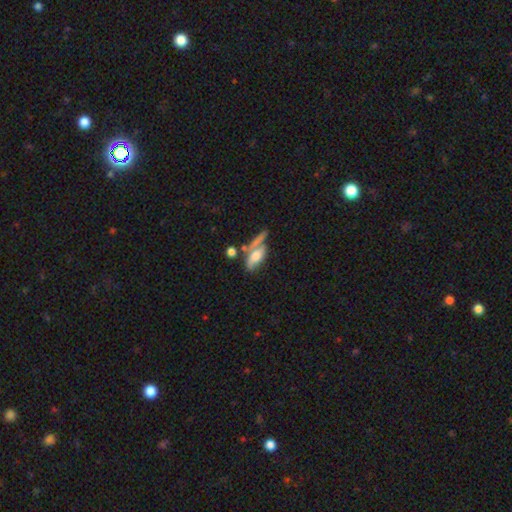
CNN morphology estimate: A smooth galaxy with no disk features (58%) that is in between round and cigar-shaped (68%). Merging: none (39%).